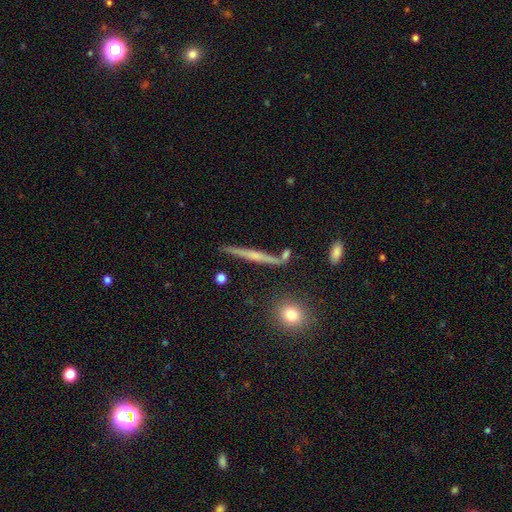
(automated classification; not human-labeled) The model was most divided on "edge-on bulge": rounded: 48%, none: 42%, boxy: 10%. More confident: edge-on disk — yes (95%); merging — none (82%); smooth or featured — featured or disk (67%).